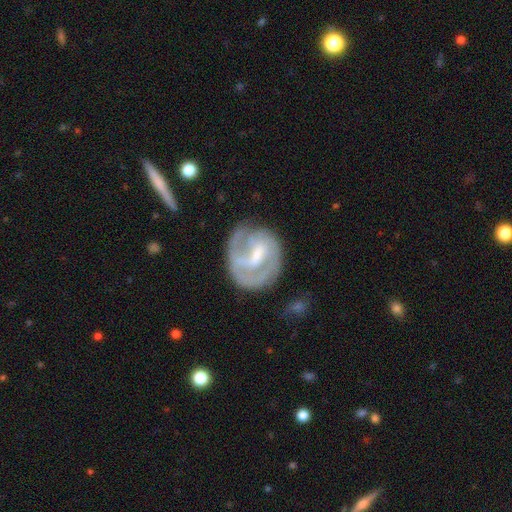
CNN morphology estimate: smooth_or_featured: featured or disk (p=0.79) [alt: smooth p=0.15]
disk_edge_on: no (p=0.98) [alt: yes p=0.02]
bar: weak (p=0.50) [alt: strong p=0.31]
has_spiral_arms: yes (p=0.88) [alt: no p=0.12]
spiral_winding: tight (p=0.47) [alt: medium p=0.39]
spiral_arm_count: 2 (p=0.47) [alt: can't tell p=0.21]
bulge_size: small (p=0.46) [alt: moderate p=0.35]
merging: none (p=0.63) [alt: minor disturbance p=0.21]